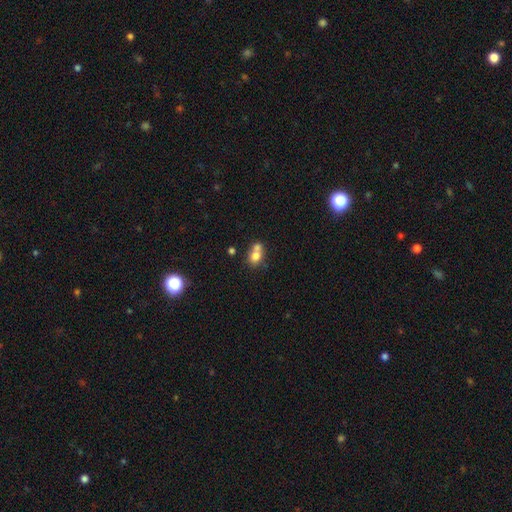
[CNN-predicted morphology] smooth-or-featured: smooth: 73% | featured or disk: 16% | star or artifact: 11%
  how-rounded: round: 58% | in between: 41% | cigar-shaped: 1%
  merging: merger: 57% | none: 31% | minor disturbance: 9% | major disturbance: 4%